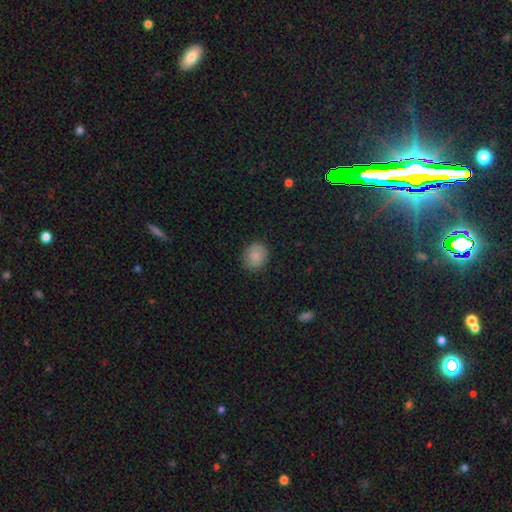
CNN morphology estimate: type=smooth (85%); roundness=round (63%); merging=none (87%).